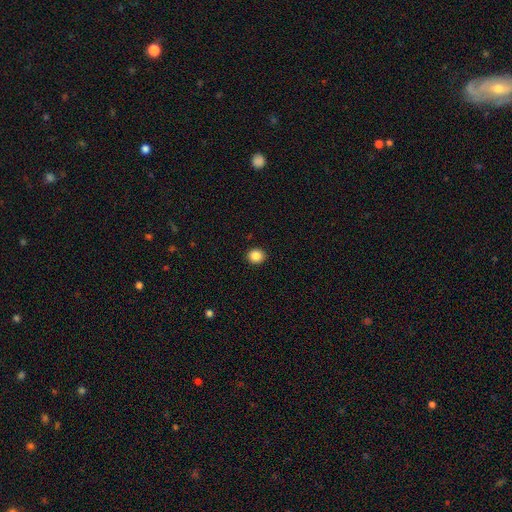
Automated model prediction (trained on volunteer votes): A smooth galaxy with no disk features (86%) that is round (82%). Merging: none (93%).